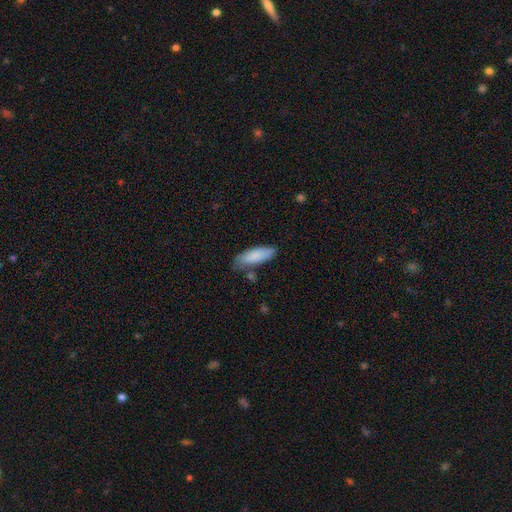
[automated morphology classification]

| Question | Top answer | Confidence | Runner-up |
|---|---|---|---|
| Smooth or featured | smooth | 85% | featured or disk (10%) |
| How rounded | in between | 66% | cigar-shaped (32%) |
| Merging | none | 68% | minor disturbance (22%) |